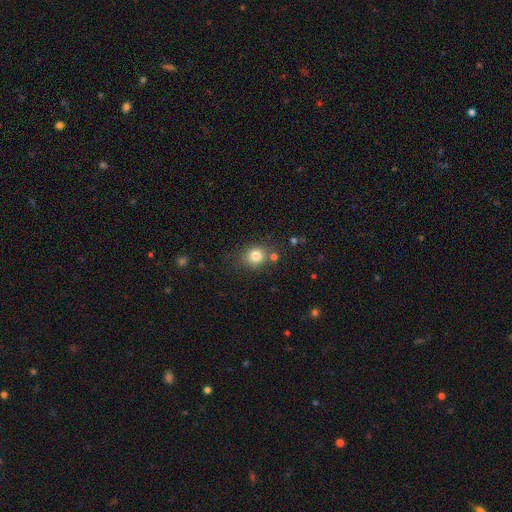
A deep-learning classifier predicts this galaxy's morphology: Smooth or featured? Predicted: smooth (p=0.81). How rounded? Predicted: round (p=0.76). Merging? Predicted: none (p=0.72).